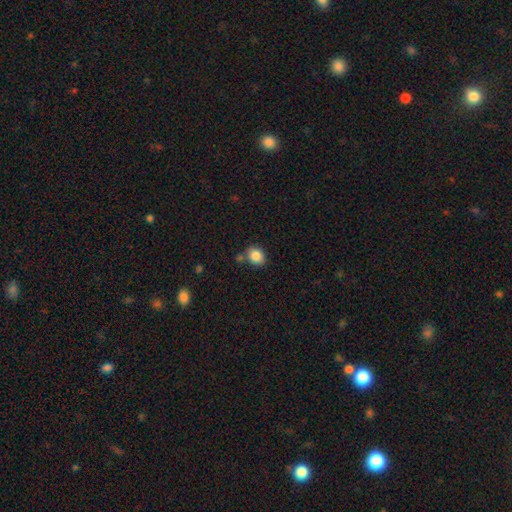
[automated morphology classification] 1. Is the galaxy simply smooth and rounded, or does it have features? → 86% smooth, 9% star or artifact, 5% featured or disk.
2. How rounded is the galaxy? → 58% round, 41% in between, 1% cigar-shaped.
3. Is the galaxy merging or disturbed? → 69% none, 15% minor disturbance, 12% merger, 4% major disturbance.